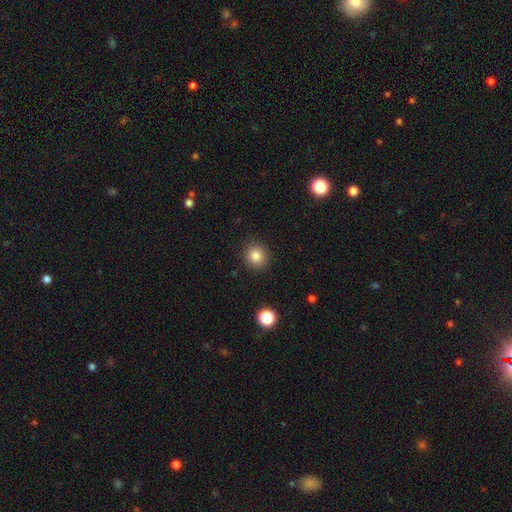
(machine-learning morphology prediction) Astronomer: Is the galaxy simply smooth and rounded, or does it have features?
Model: smooth — 84%.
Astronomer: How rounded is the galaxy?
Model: round — 89%.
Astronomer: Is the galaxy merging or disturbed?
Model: none — 90%.